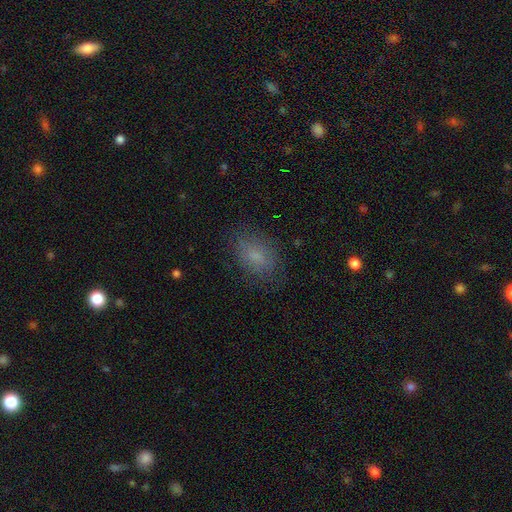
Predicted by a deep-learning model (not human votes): Smooth or featured? smooth (77%)
How rounded? in between (79%)
Merging? none (77%)